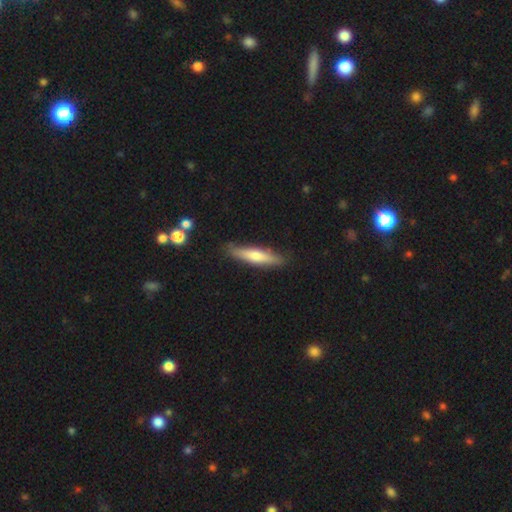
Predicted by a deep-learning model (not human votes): smooth 57%, featured or disk 37%, star or artifact 6%. Down the decision tree: how rounded — cigar-shaped (86%); merging — none (85%).